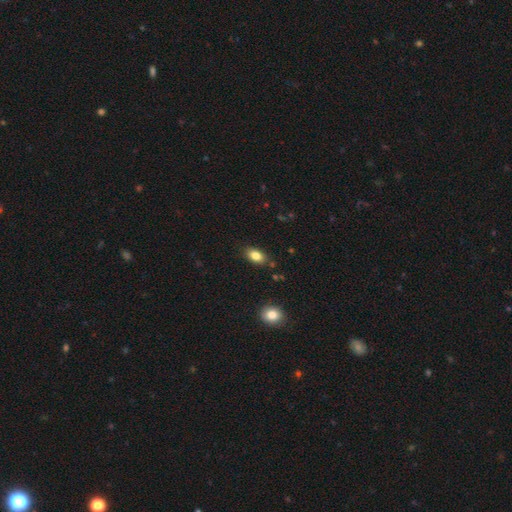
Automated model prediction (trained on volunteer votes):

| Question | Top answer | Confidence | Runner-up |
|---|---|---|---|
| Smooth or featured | smooth | 83% | featured or disk (9%) |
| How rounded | in between | 87% | round (10%) |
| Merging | none | 85% | minor disturbance (11%) |